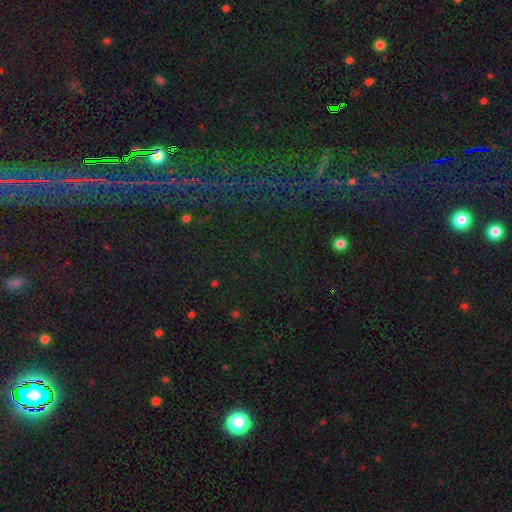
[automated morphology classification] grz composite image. It shows a star or artifact, not a galaxy (80%).